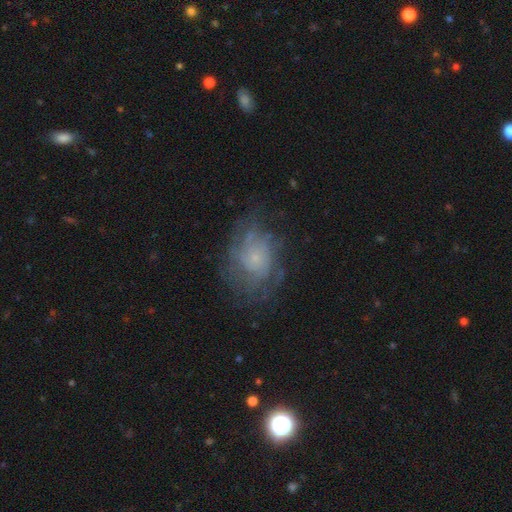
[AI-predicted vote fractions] Smooth or featured?
  - featured or disk: 64% *
  - smooth: 24%
  - star or artifact: 11%
Edge-on disk?
  - no: 97% *
  - yes: 3%
Bar?
  - no: 83% *
  - weak: 14%
  - strong: 2%
Spiral arms?
  - yes: 81% *
  - no: 19%
Spiral winding?
  - tight: 53% *
  - medium: 32%
  - loose: 15%
Spiral arm count?
  - can't tell: 54% *
  - 2: 13%
  - 3: 11%
  - 4: 10%
  - more than 4: 7%
  - 1: 5%
Bulge size?
  - small: 75% *
  - moderate: 14%
  - none: 8%
  - large: 2%
  - dominant: 1%
Merging?
  - none: 65% *
  - minor disturbance: 20%
  - major disturbance: 14%
  - merger: 1%